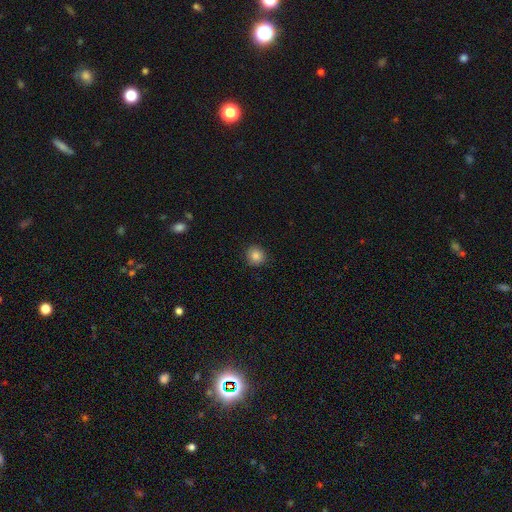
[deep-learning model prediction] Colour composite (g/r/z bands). It shows a smooth galaxy with no disk features (85%) that is round (91%). Merging: none (91%).